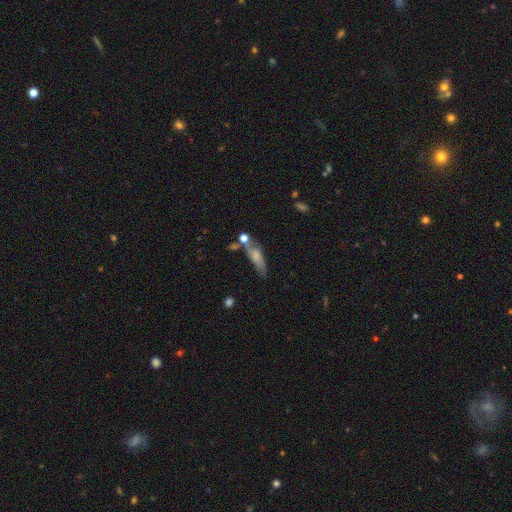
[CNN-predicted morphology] A smooth galaxy with no disk features (60%) that is cigar-shaped (51%).

Vote fractions:
- Smooth or featured? smooth: 60% / featured or disk: 31% / star or artifact: 9%
- How rounded? cigar-shaped: 51% / in between: 44% / round: 4%
- Merging? none: 46% / minor disturbance: 24% / merger: 18% / major disturbance: 12%